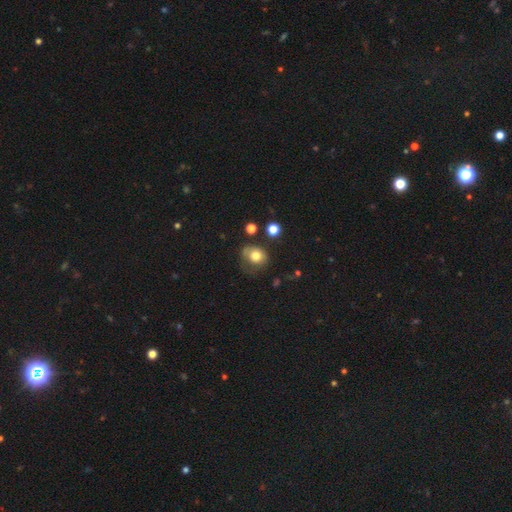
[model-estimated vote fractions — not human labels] Morphology: type=smooth (74%); roundness=round (66%); merging=none (49%).